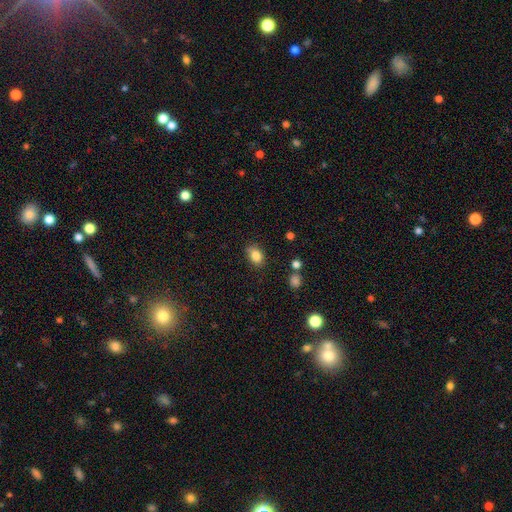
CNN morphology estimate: smooth_or_featured: smooth (p=0.85) [alt: star or artifact p=0.09]
how_rounded: in between (p=0.80) [alt: round p=0.19]
merging: none (p=0.79) [alt: minor disturbance p=0.15]